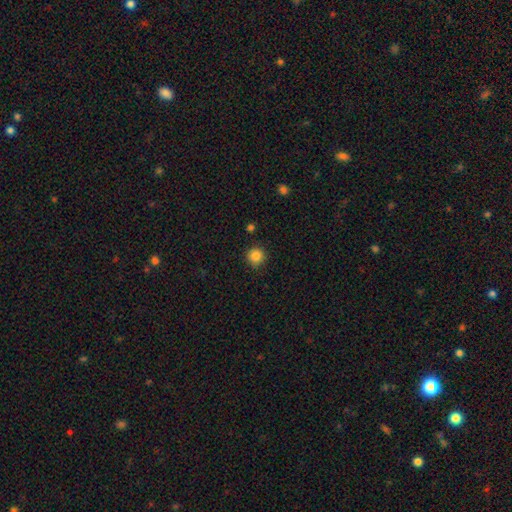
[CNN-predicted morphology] Overall: smooth (85%). How rounded: round (94%). Merging: none (88%).